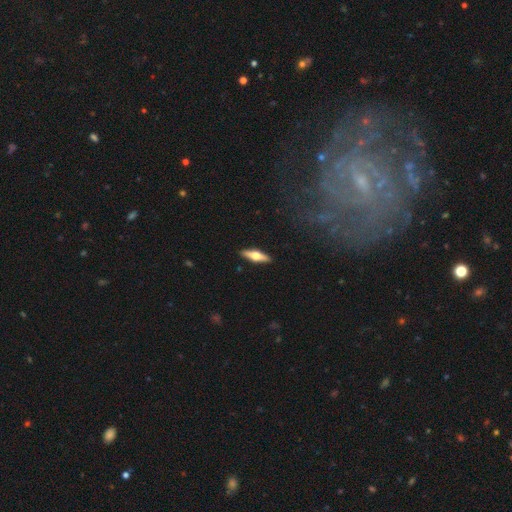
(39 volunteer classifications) This is likely a featured or disk galaxy (72%). It is clearly viewed edge-on (96%). Edge-on bulge: clearly rounded (100%). Merging: clearly none (89%).